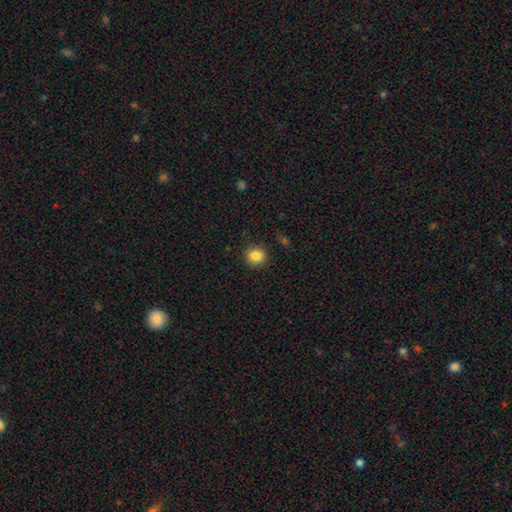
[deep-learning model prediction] Smooth or featured? smooth (85%)
How rounded? round (88%)
Merging? none (89%)